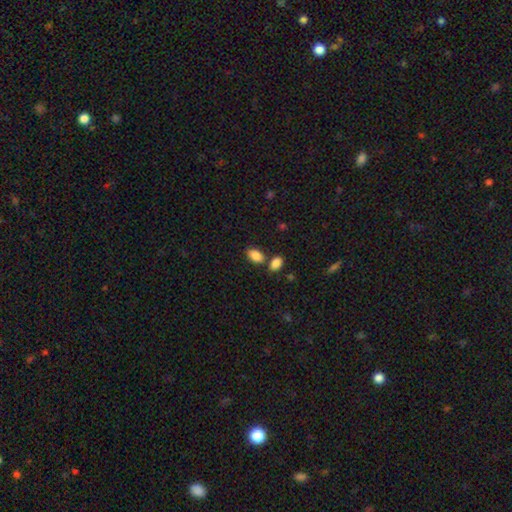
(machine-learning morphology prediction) Smooth or featured? Predicted: smooth (p=0.87). How rounded? Predicted: in between (p=0.90). Merging? Predicted: none (p=0.64).